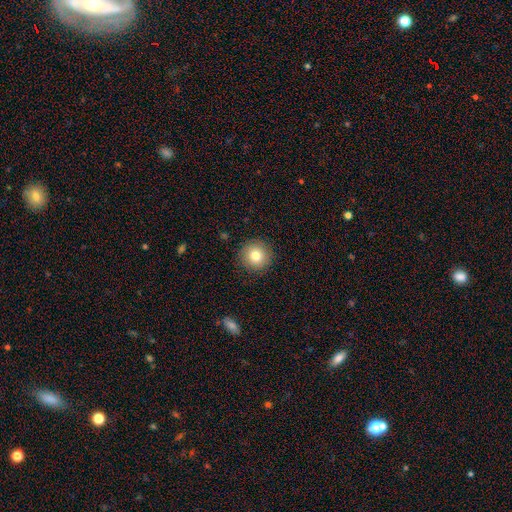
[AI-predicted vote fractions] smooth 80%, star or artifact 10%, featured or disk 10%. Down the decision tree: how rounded — round (95%); merging — none (91%).